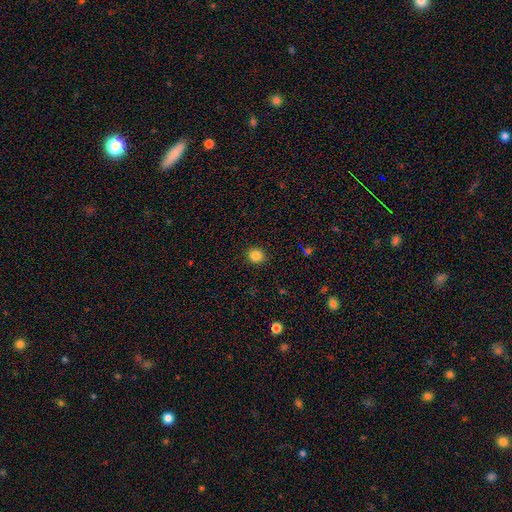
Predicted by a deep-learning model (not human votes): Q: Smooth or featured?
A: smooth (84%); runner-up: star or artifact (12%)
Q: How rounded?
A: round (88%); runner-up: in between (11%)
Q: Merging?
A: none (92%); runner-up: minor disturbance (6%)